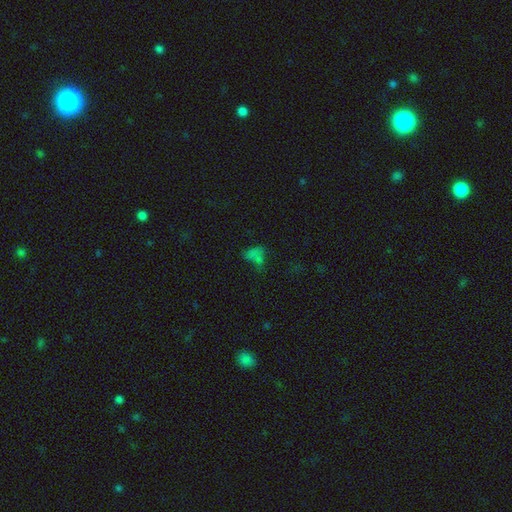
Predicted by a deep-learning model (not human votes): A smooth galaxy with no disk features (54%) that is in between round and cigar-shaped (75%).

Vote fractions:
- Smooth or featured? smooth: 54% / star or artifact: 31% / featured or disk: 15%
- How rounded? in between: 75% / round: 18% / cigar-shaped: 7%
- Merging? merger: 42% / none: 30% / major disturbance: 15% / minor disturbance: 13%